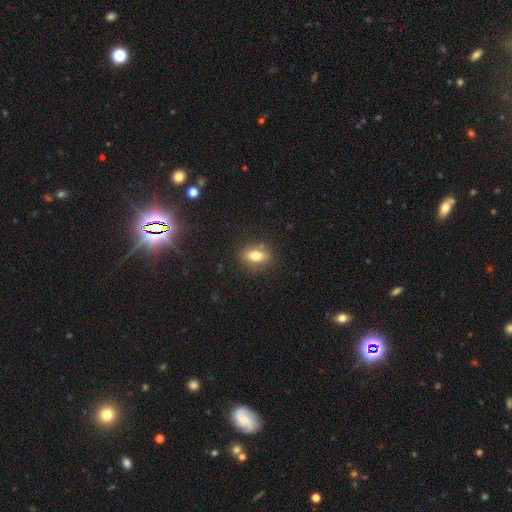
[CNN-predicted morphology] A smooth galaxy with no disk features (77%) that is in between round and cigar-shaped (73%).

Vote fractions:
- Smooth or featured? smooth: 77% / featured or disk: 13% / star or artifact: 10%
- How rounded? in between: 73% / round: 23% / cigar-shaped: 5%
- Merging? none: 82% / minor disturbance: 12% / merger: 3% / major disturbance: 3%